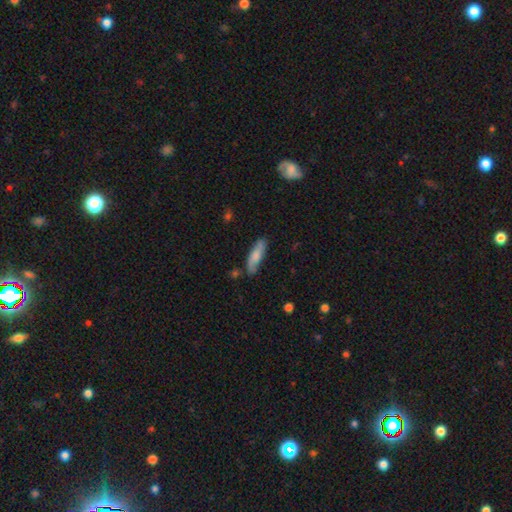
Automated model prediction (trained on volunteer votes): Smooth or featured? smooth (69%)
How rounded? cigar-shaped (63%)
Merging? none (77%)